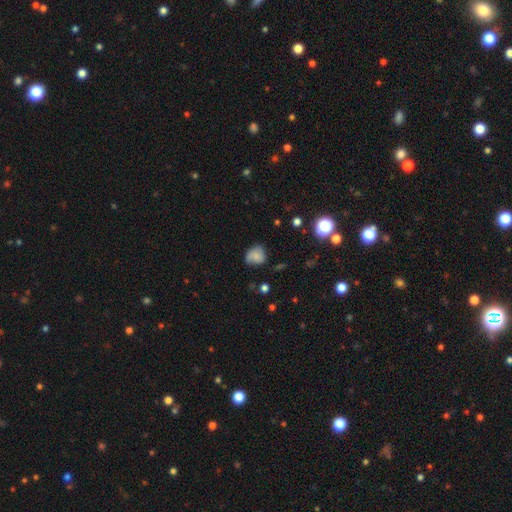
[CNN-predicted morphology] A smooth galaxy with no disk features (62%) that is round (66%).

Vote fractions:
- Smooth or featured? smooth: 62% / featured or disk: 26% / star or artifact: 12%
- How rounded? round: 66% / in between: 33% / cigar-shaped: 1%
- Merging? none: 53% / minor disturbance: 34% / major disturbance: 10% / merger: 3%